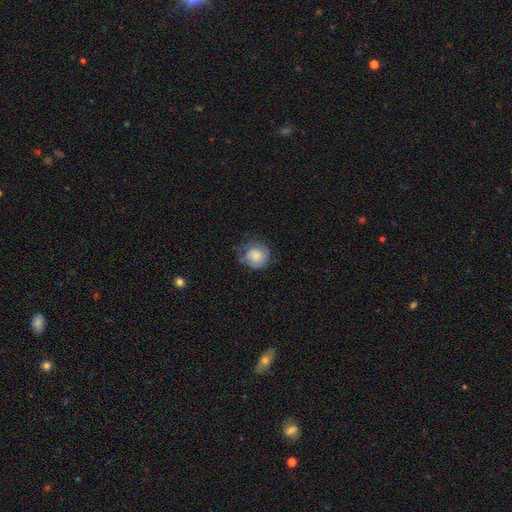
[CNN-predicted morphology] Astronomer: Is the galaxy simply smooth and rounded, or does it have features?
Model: smooth — 59%.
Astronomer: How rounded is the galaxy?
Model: round — 84%.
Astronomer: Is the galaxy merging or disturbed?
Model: none — 55%.